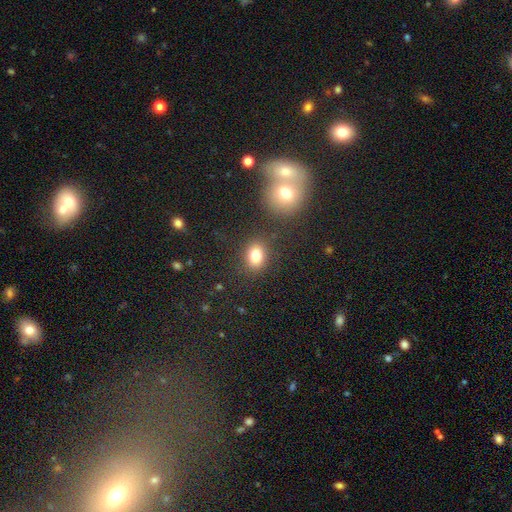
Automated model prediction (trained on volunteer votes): Overall: smooth (81%). How rounded: in between (64%; round 35%). Merging: none (81%).